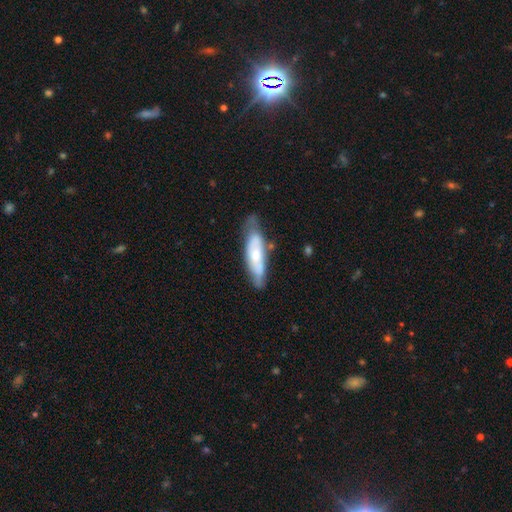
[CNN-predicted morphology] Overall: featured or disk (47%, tied with smooth). Merging: none (58%; minor disturbance 28%).